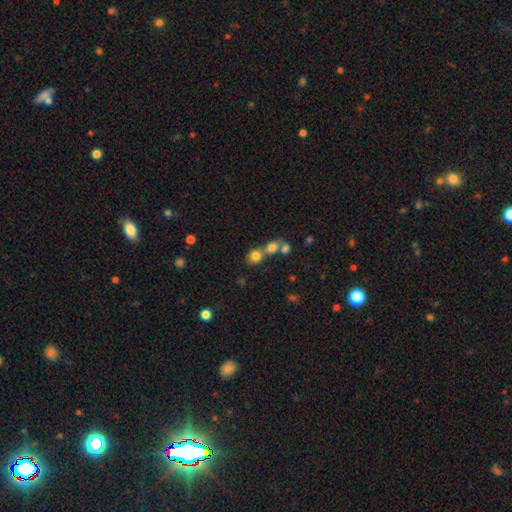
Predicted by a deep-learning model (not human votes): A smooth galaxy with no disk features (77%) that is round (73%). Merging: merger (53%).